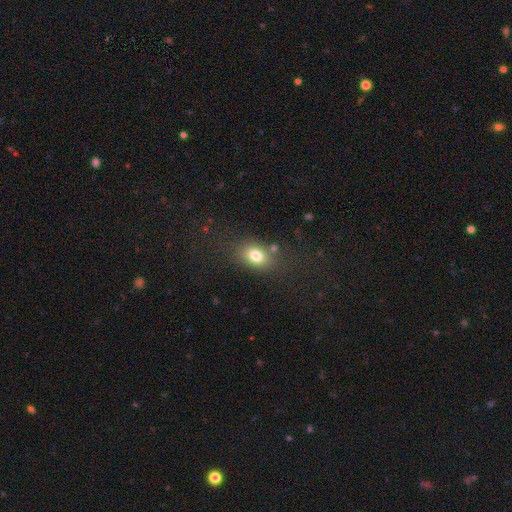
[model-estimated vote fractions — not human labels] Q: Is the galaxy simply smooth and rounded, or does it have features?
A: smooth — 77%.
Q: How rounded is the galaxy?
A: in between — 68%.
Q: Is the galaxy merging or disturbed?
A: none — 73%.